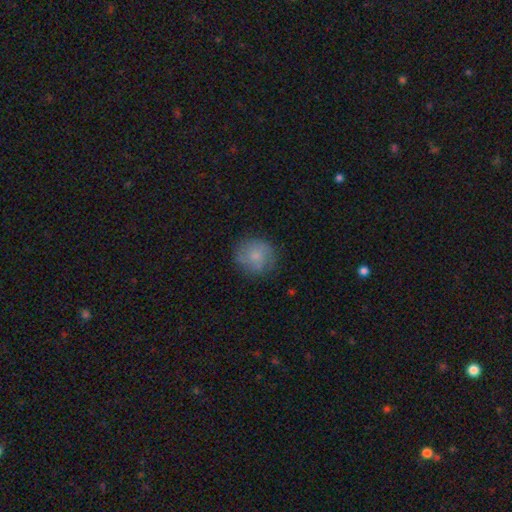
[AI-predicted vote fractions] smooth-or-featured: smooth: 69% | featured or disk: 23% | star or artifact: 8%
  how-rounded: round: 90% | in between: 9% | cigar-shaped: 1%
  merging: none: 78% | minor disturbance: 16% | major disturbance: 5% | merger: 1%